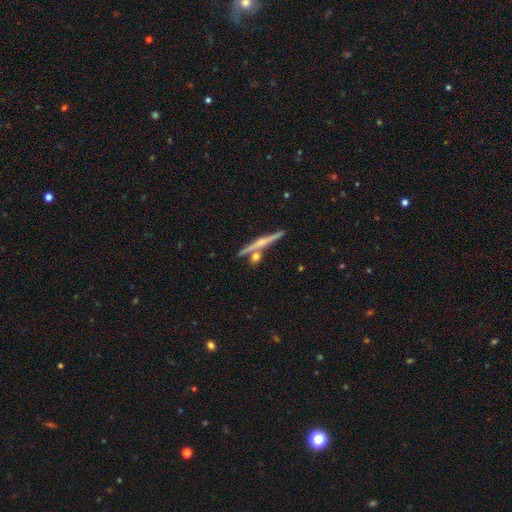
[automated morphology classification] This is likely a featured or disk galaxy (67%). It is clearly viewed edge-on (97%). Edge-on bulge: likely rounded (72%). Merging: likely none (78%).